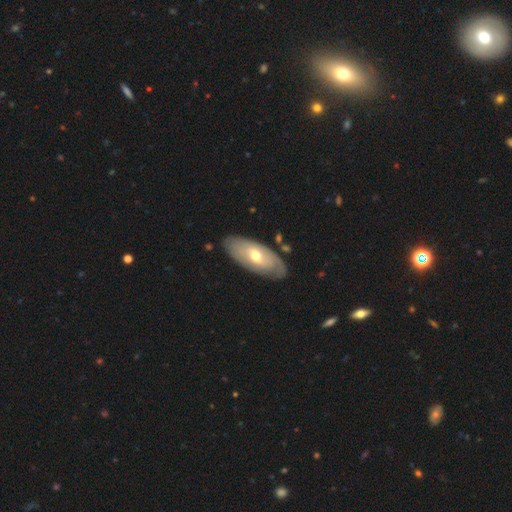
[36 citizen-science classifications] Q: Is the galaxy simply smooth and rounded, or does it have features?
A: featured or disk — 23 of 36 (64%).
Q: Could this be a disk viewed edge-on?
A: no — 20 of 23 (87%).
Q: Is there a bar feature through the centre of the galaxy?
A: no — 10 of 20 (50%).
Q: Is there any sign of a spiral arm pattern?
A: no — 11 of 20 (55%).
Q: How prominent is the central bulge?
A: moderate — 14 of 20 (70%).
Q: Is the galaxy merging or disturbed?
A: none — 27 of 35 (77%).